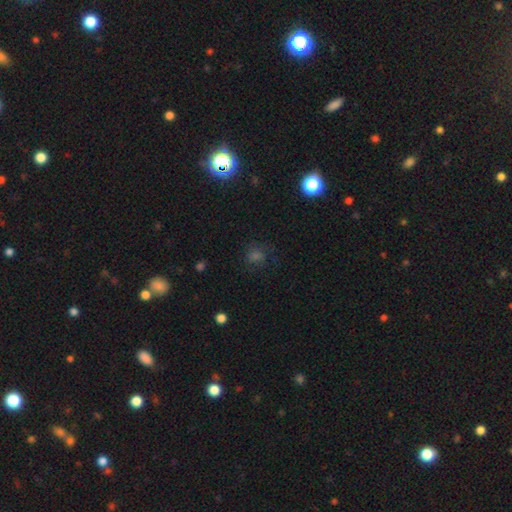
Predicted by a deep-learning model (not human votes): Smooth or featured?
  - smooth: 47% *
  - star or artifact: 43%
  - featured or disk: 10%
Merging?
  - none: 79% *
  - minor disturbance: 12%
  - major disturbance: 6%
  - merger: 2%